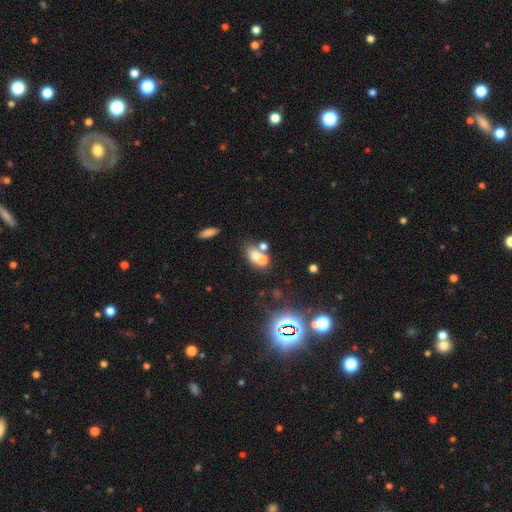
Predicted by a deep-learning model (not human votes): smooth-or-featured: smooth: 62% | featured or disk: 21% | star or artifact: 18%
  how-rounded: in between: 62% | round: 35% | cigar-shaped: 3%
  merging: merger: 51% | none: 33% | minor disturbance: 10% | major disturbance: 7%